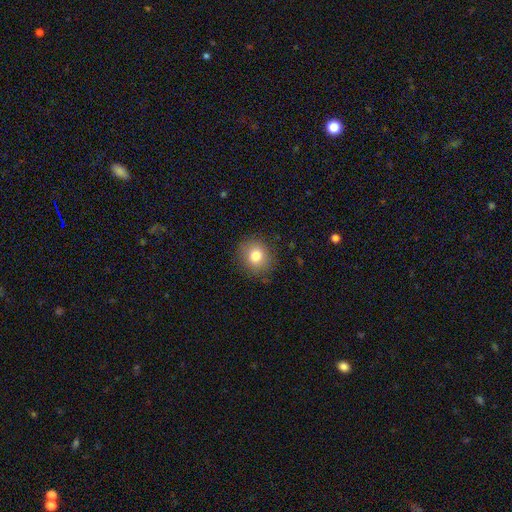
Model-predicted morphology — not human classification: smooth-or-featured: smooth: 81% | star or artifact: 10% | featured or disk: 9%
  how-rounded: round: 80% | in between: 19% | cigar-shaped: 1%
  merging: none: 86% | minor disturbance: 10% | major disturbance: 3% | merger: 1%